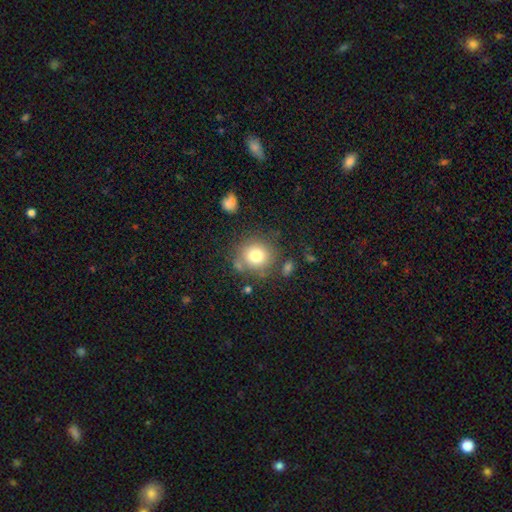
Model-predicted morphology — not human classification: smooth_or_featured: smooth (p=0.77) [alt: featured or disk p=0.12]
how_rounded: round (p=0.89) [alt: in between p=0.10]
merging: none (p=0.74) [alt: minor disturbance p=0.13]